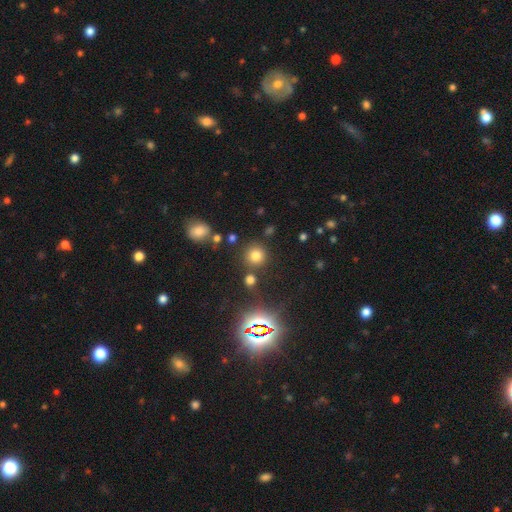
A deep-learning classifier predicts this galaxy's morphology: Smooth or featured?
  - smooth: 72% *
  - star or artifact: 21%
  - featured or disk: 7%
How rounded?
  - round: 91% *
  - in between: 7%
  - cigar-shaped: 1%
Merging?
  - none: 81% *
  - minor disturbance: 8%
  - merger: 7%
  - major disturbance: 4%